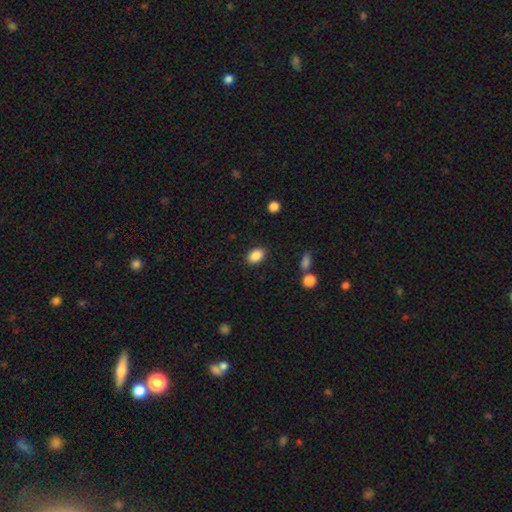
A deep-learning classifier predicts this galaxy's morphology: A smooth galaxy with no disk features (88%) that is in between round and cigar-shaped (82%). Merging: none (87%).